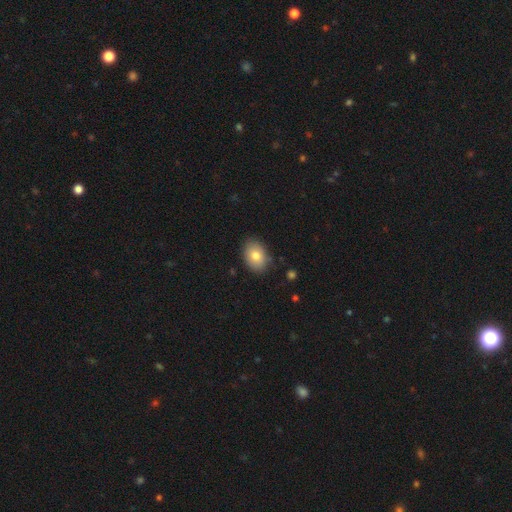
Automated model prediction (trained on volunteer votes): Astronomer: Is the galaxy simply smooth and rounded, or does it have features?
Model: smooth — 79%.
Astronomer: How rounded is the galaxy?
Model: in between — 78%.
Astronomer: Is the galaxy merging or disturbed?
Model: none — 85%.